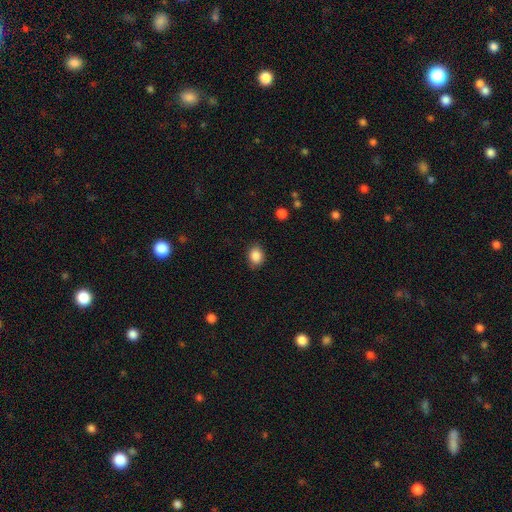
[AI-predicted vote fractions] smooth 86%, star or artifact 9%, featured or disk 5%. Down the decision tree: how rounded — in between (56%); merging — none (84%).